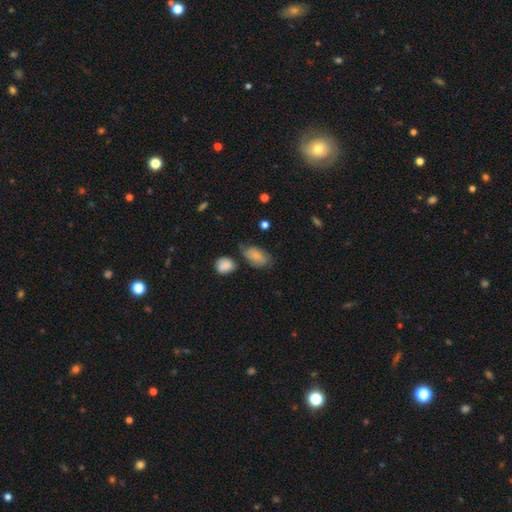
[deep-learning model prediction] Smooth or featured: smooth — 75% (featured or disk — 17%)
How rounded: in between — 88% (round — 10%)
Merging: none — 48% (minor disturbance — 32%)